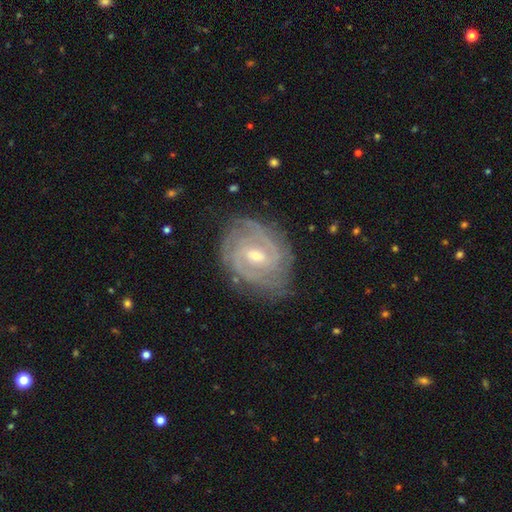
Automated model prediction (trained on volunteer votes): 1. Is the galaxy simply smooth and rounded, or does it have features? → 89% featured or disk, 6% smooth, 5% star or artifact.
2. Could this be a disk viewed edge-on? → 97% no, 3% yes.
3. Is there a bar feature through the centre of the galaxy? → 55% weak, 24% no, 21% strong.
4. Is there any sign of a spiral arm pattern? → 97% yes, 3% no.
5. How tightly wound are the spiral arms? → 72% tight, 24% medium, 4% loose.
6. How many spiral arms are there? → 39% 2, 22% can't tell, 21% 3, 9% 4, 5% more than 4, 5% 1.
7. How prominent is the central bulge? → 54% small, 43% moderate, 1% large, 1% none, 1% dominant.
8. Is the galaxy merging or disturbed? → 77% none, 17% minor disturbance, 5% major disturbance, 1% merger.